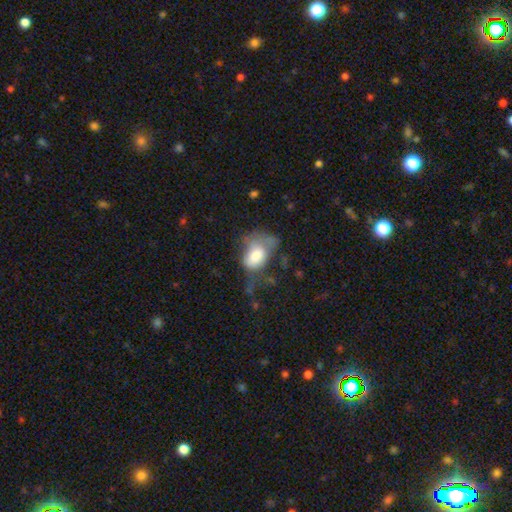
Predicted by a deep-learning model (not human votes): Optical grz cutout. It shows a smooth galaxy with no disk features (69%) that is in between round and cigar-shaped (80%). Merging: major disturbance (46%).